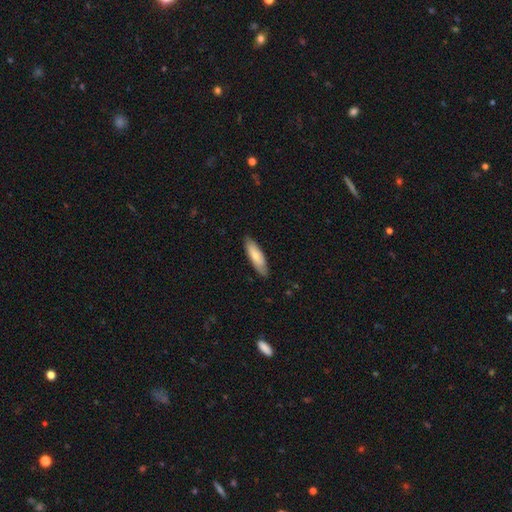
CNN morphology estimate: Smooth or featured: smooth — 68% (featured or disk — 27%)
How rounded: cigar-shaped — 51% (in between — 48%)
Merging: none — 84% (minor disturbance — 13%)